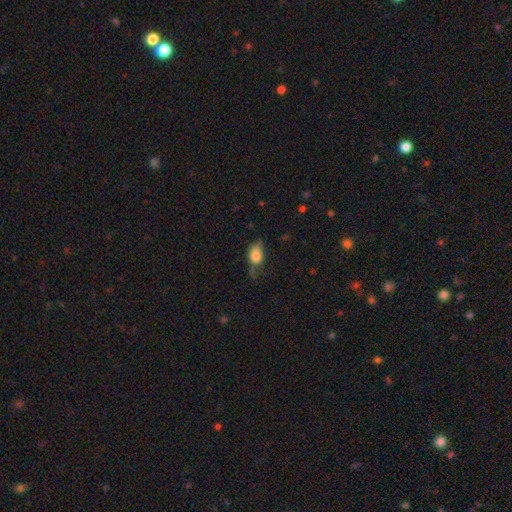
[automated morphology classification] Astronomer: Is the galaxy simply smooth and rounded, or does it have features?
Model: smooth — 77%.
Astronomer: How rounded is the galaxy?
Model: in between — 78%.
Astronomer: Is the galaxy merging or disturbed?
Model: minor disturbance — 38% (runner-up: none, 36%).